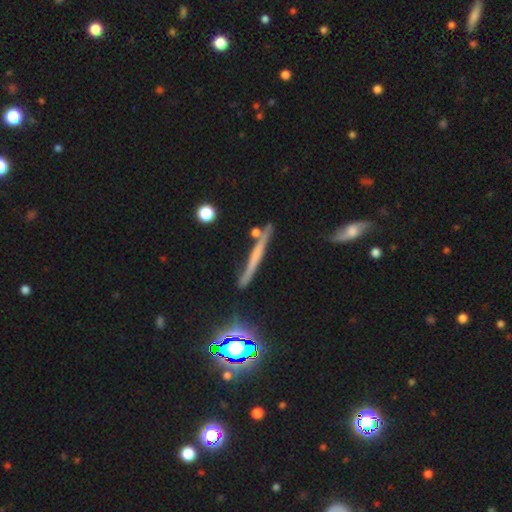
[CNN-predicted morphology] smooth-or-featured: featured or disk: 50% | smooth: 38% | star or artifact: 12%
  merging: none: 78% | minor disturbance: 14% | merger: 5% | major disturbance: 3%